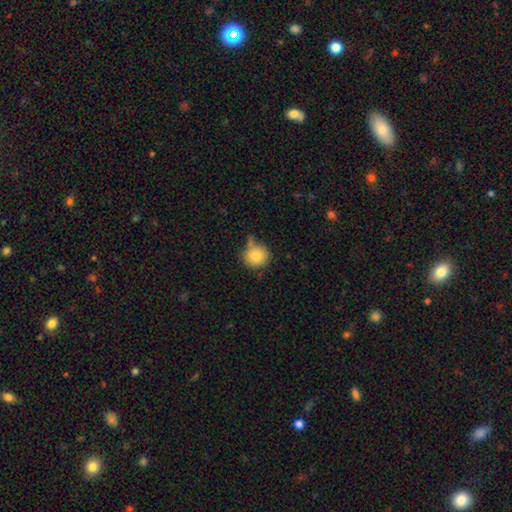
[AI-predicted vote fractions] A smooth galaxy with no disk features (80%) that is round (92%).

Vote fractions:
- Smooth or featured? smooth: 80% / star or artifact: 10% / featured or disk: 10%
- How rounded? round: 92% / in between: 7% / cigar-shaped: 1%
- Merging? none: 60% / minor disturbance: 22% / merger: 12% / major disturbance: 6%